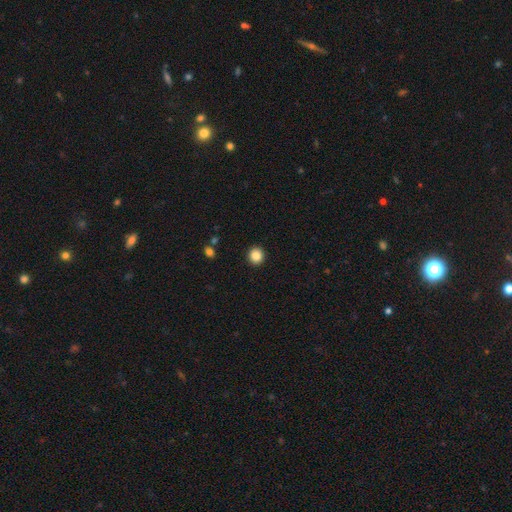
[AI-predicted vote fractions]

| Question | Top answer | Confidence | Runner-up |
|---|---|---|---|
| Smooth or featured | smooth | 86% | star or artifact (10%) |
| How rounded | round | 90% | in between (10%) |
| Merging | none | 93% | minor disturbance (5%) |